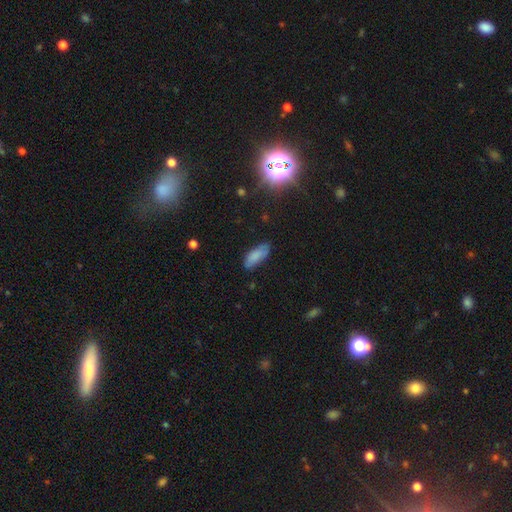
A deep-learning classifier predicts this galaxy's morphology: smooth_or_featured: smooth (p=0.83) [alt: featured or disk p=0.10]
how_rounded: in between (p=0.78) [alt: cigar-shaped p=0.21]
merging: none (p=0.74) [alt: minor disturbance p=0.21]